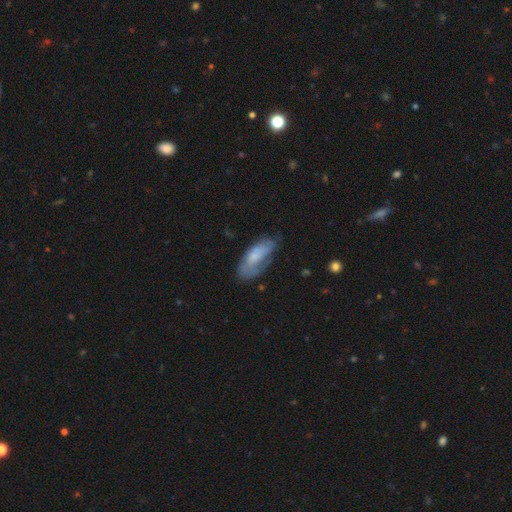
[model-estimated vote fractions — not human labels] Smooth or featured: smooth — 54% (featured or disk — 39%)
How rounded: in between — 80% (cigar-shaped — 17%)
Merging: none — 48% (minor disturbance — 30%)